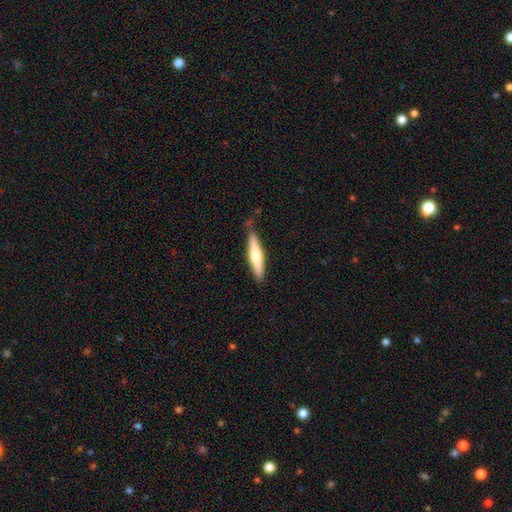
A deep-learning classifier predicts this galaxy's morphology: Q: Smooth or featured?
A: smooth (52%); runner-up: featured or disk (43%)
Q: How rounded?
A: cigar-shaped (88%); runner-up: in between (11%)
Q: Merging?
A: none (83%); runner-up: minor disturbance (13%)